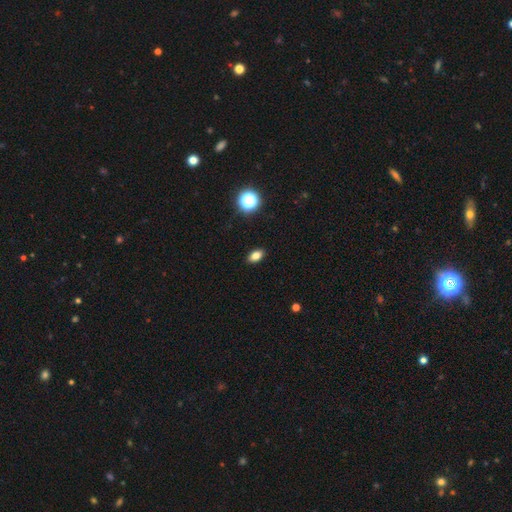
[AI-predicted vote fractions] Smooth or featured? Predicted: smooth (p=0.79). How rounded? Predicted: in between (p=0.85). Merging? Predicted: none (p=0.90).